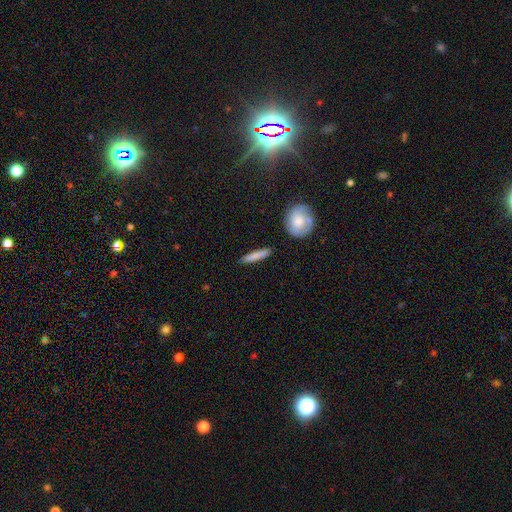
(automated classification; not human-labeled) A smooth galaxy with no disk features (78%) that is cigar-shaped (89%).

Vote fractions:
- Smooth or featured? smooth: 78% / featured or disk: 17% / star or artifact: 5%
- How rounded? cigar-shaped: 89% / in between: 9% / round: 2%
- Merging? none: 86% / minor disturbance: 9% / merger: 3% / major disturbance: 2%